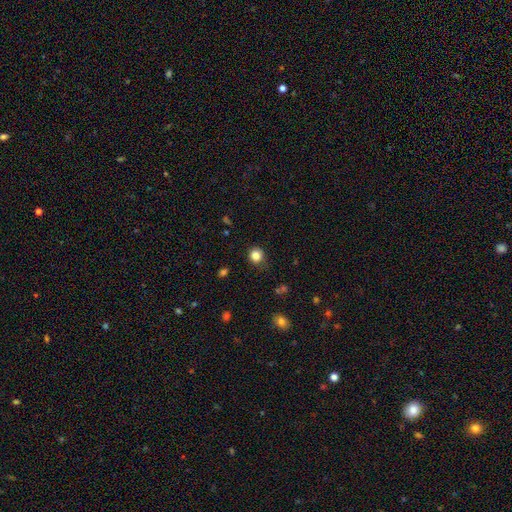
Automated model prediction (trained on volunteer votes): A smooth galaxy with no disk features (83%) that is round (88%). Merging: none (83%).